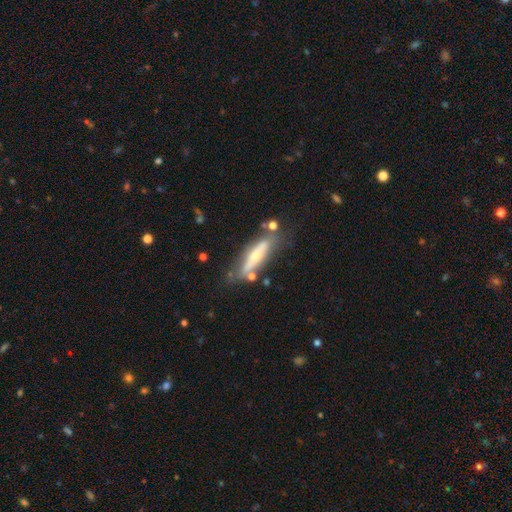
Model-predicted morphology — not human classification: A featured or disk galaxy (58%) viewed edge-on (72%).

Vote fractions:
- Smooth or featured? featured or disk: 58% / smooth: 35% / star or artifact: 7%
- Edge-on disk? yes: 72% / no: 28%
- Merging? none: 65% / minor disturbance: 19% / merger: 9% / major disturbance: 7%